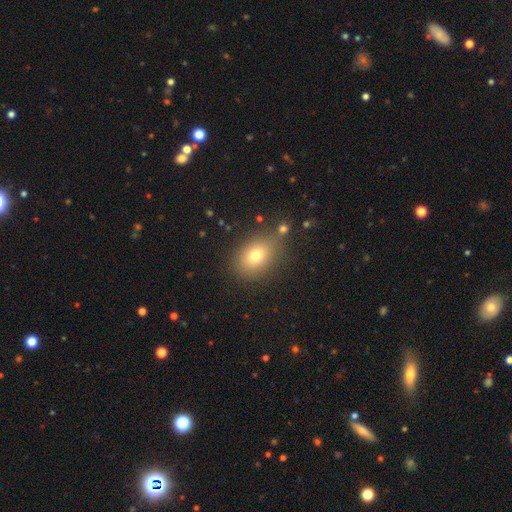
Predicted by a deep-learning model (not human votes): This appears to be a smooth galaxy with no disk features (74%) that is in between round and cigar-shaped (67%). Merging: none (74%).